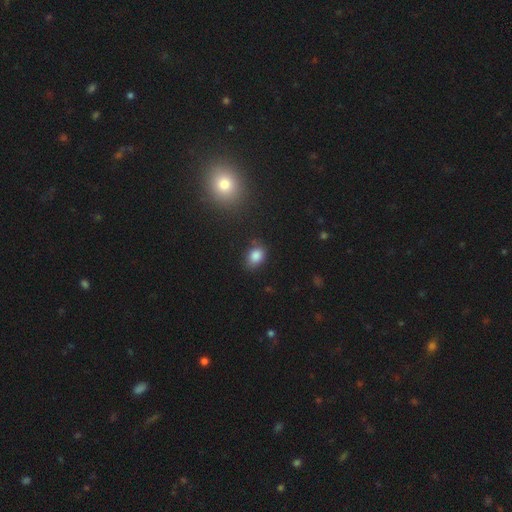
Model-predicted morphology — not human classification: smooth-or-featured: smooth: 84% | star or artifact: 11% | featured or disk: 5%
  how-rounded: in between: 70% | round: 29% | cigar-shaped: 1%
  merging: none: 73% | minor disturbance: 20% | major disturbance: 4% | merger: 3%